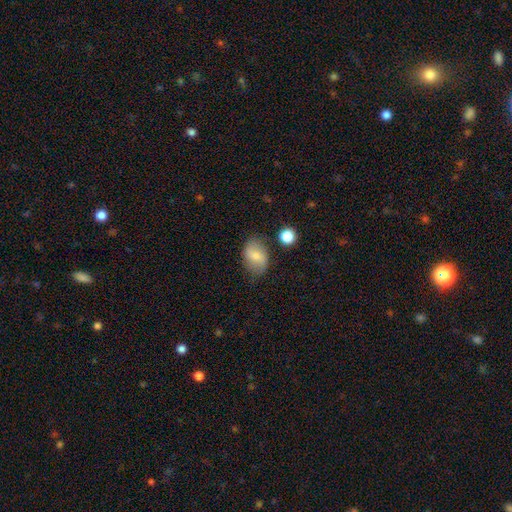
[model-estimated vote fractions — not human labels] Q: Smooth or featured?
A: smooth (65%); runner-up: featured or disk (27%)
Q: How rounded?
A: in between (78%); runner-up: round (21%)
Q: Merging?
A: none (74%); runner-up: minor disturbance (18%)